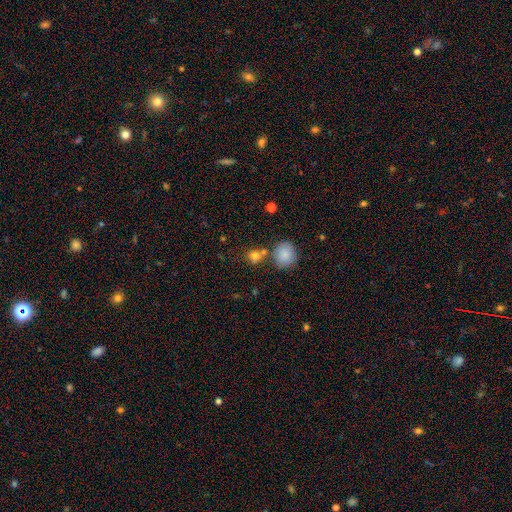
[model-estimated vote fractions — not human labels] smooth_or_featured: smooth (p=0.75) [alt: star or artifact p=0.16]
how_rounded: round (p=0.80) [alt: in between p=0.19]
merging: none (p=0.65) [alt: merger p=0.20]